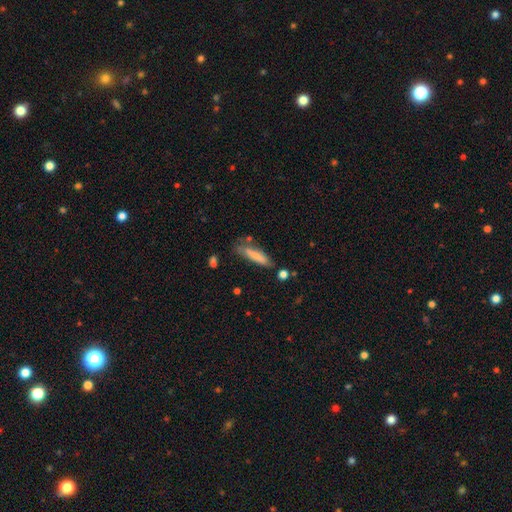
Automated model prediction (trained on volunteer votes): smooth_or_featured: smooth (p=0.74) [alt: featured or disk p=0.20]
how_rounded: cigar-shaped (p=0.73) [alt: in between p=0.25]
merging: none (p=0.57) [alt: minor disturbance p=0.26]